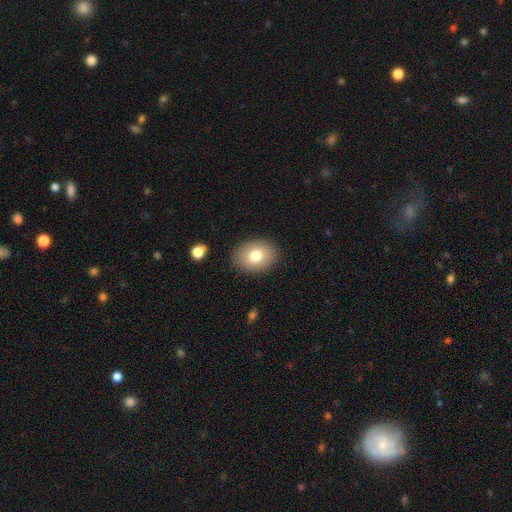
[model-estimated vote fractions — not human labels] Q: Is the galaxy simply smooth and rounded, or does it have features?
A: smooth — 77%.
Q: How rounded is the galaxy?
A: in between — 64%.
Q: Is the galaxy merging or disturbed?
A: none — 87%.